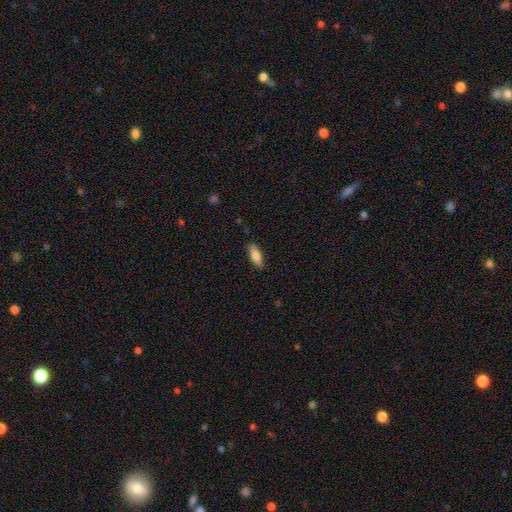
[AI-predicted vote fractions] Smooth or featured? smooth (78%)
How rounded? in between (60%)
Merging? none (87%)